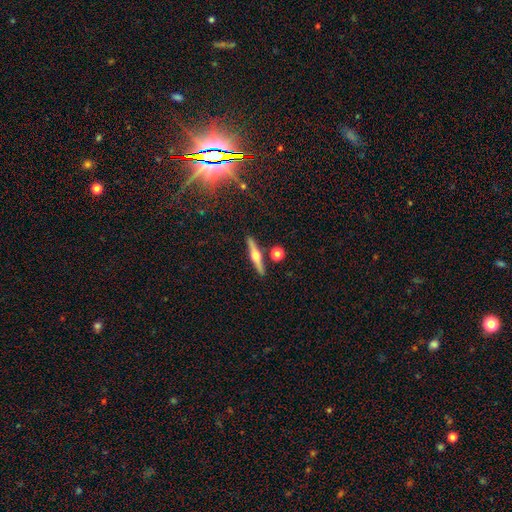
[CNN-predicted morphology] This appears to be a featured or disk galaxy (66%) viewed edge-on (97%) with a rounded central bulge (93%). Merging: none (85%).